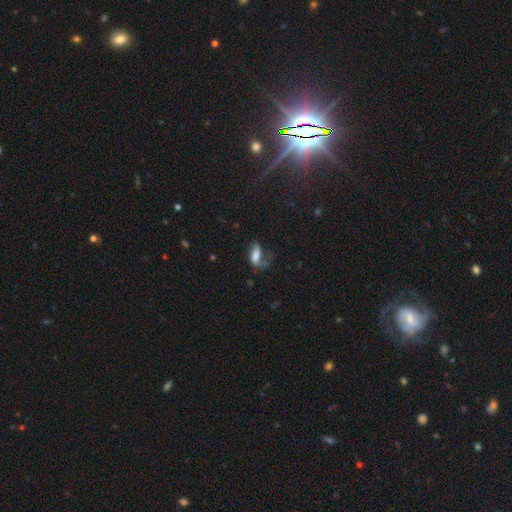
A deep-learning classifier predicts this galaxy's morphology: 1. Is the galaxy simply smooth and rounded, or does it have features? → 58% smooth, 32% featured or disk, 11% star or artifact.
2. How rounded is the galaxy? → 81% in between, 15% cigar-shaped, 5% round.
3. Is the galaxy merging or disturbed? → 42% major disturbance, 30% none, 23% minor disturbance, 5% merger.